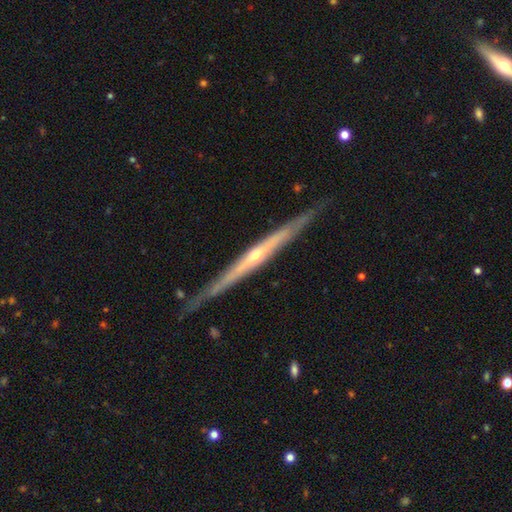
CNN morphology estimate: This is clearly a featured or disk galaxy (82%). It is clearly viewed edge-on (97%). Edge-on bulge: likely rounded (68%). Merging: clearly none (83%).